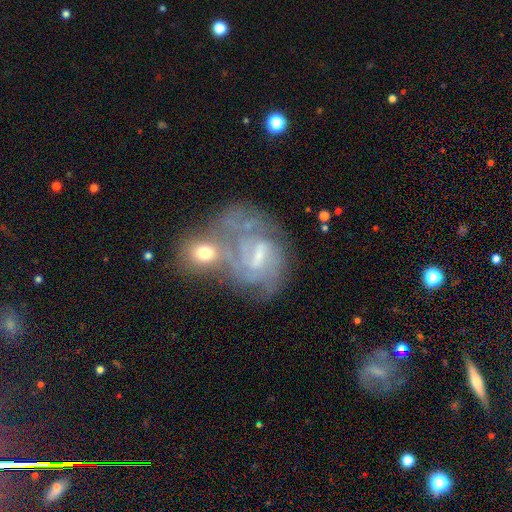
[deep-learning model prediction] The model was most divided on "merging": merger: 34%, none: 31%, major disturbance: 19%, minor disturbance: 16%. Remaining: edge-on disk — no (97%); spiral arms — yes (76%); smooth or featured — featured or disk (72%); bar — weak (52%); spiral arm count — can't tell (50%); spiral winding — tight (47%); bulge size — small (45%).